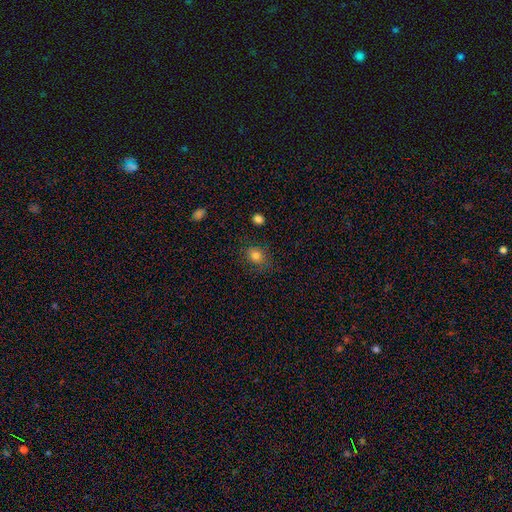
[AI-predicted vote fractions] Smooth or featured? Predicted: smooth (p=0.80). How rounded? Predicted: round (p=0.67). Merging? Predicted: none (p=0.75).